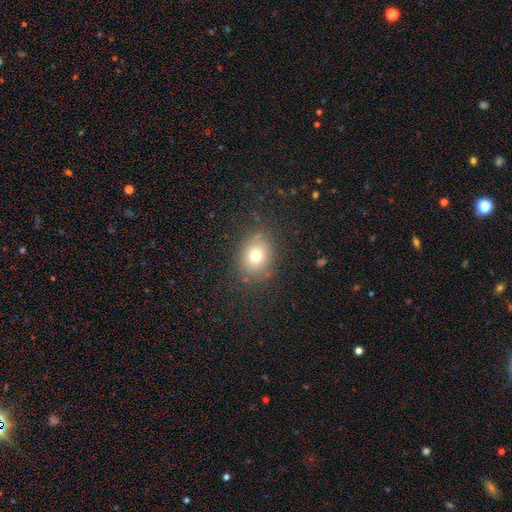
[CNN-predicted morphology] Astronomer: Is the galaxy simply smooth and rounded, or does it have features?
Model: smooth — 73%.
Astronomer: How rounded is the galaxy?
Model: round — 53% (runner-up: in between, 46%).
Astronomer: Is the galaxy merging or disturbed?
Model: none — 80%.